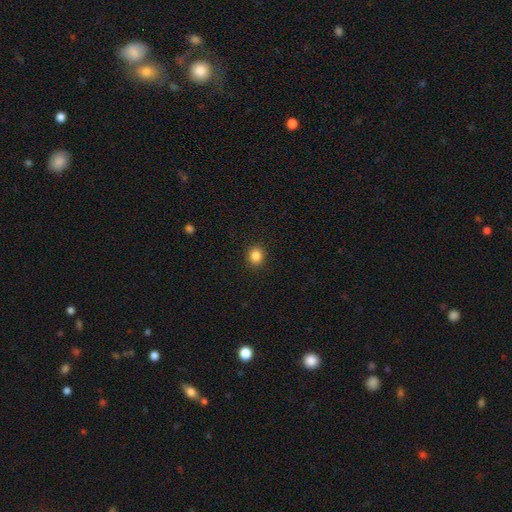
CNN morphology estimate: Smooth or featured?
  - smooth: 85% *
  - star or artifact: 11%
  - featured or disk: 4%
How rounded?
  - round: 73% *
  - in between: 26%
  - cigar-shaped: 1%
Merging?
  - none: 91% *
  - minor disturbance: 6%
  - major disturbance: 2%
  - merger: 1%